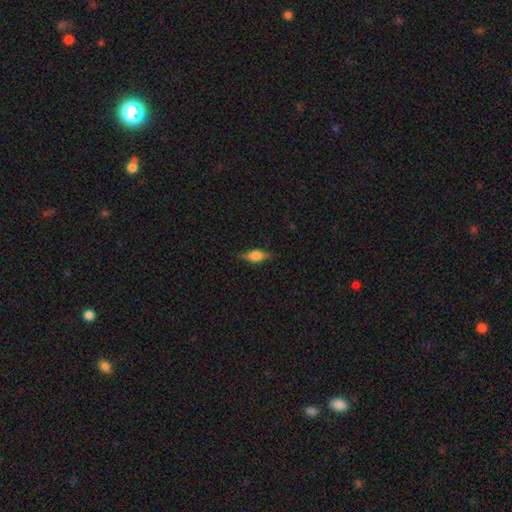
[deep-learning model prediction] smooth-or-featured: smooth: 58% | featured or disk: 34% | star or artifact: 8%
  how-rounded: in between: 69% | cigar-shaped: 26% | round: 5%
  merging: none: 82% | minor disturbance: 14% | major disturbance: 3% | merger: 1%